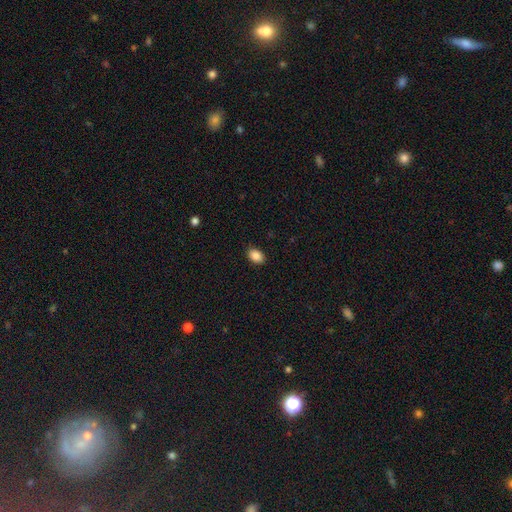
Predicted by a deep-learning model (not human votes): Overall: smooth (88%). How rounded: in between (80%). Merging: none (88%).